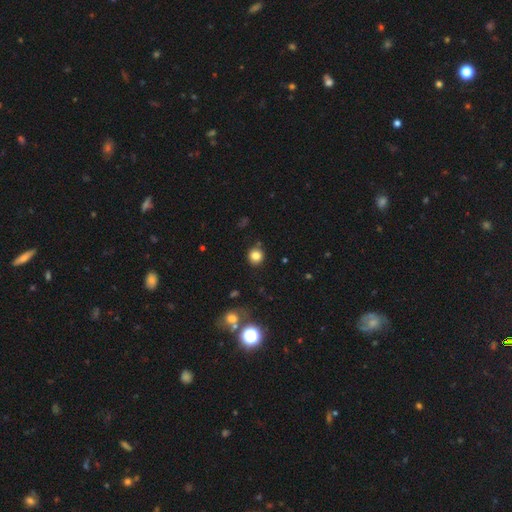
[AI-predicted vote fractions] Morphology: type=smooth (82%); roundness=round (88%); merging=none (86%).